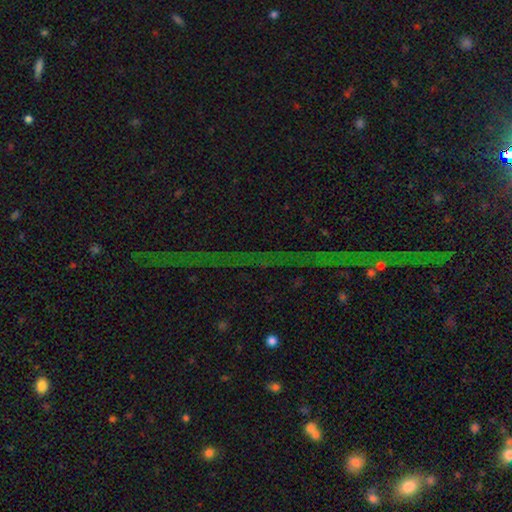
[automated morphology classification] smooth_or_featured: star or artifact (p=0.79) [alt: featured or disk p=0.12]